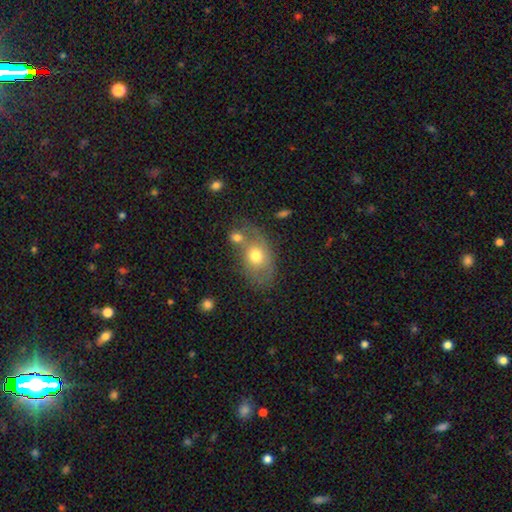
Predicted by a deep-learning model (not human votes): A smooth galaxy with no disk features (62%) that is in between round and cigar-shaped (74%).

Vote fractions:
- Smooth or featured? smooth: 62% / featured or disk: 28% / star or artifact: 9%
- How rounded? in between: 74% / round: 25% / cigar-shaped: 2%
- Merging? none: 39% / merger: 34% / minor disturbance: 17% / major disturbance: 10%